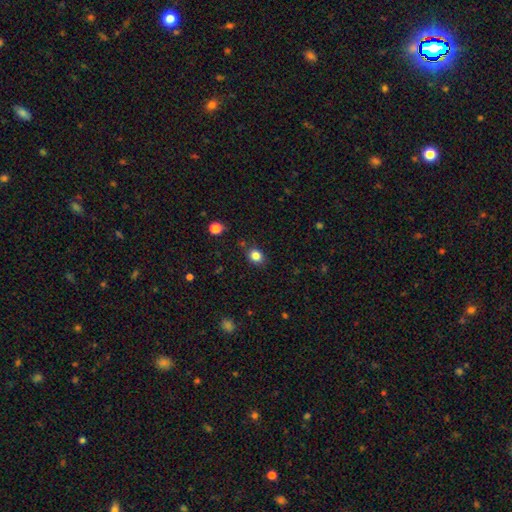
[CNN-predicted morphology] Smooth or featured? smooth (83%)
How rounded? round (63%)
Merging? none (84%)